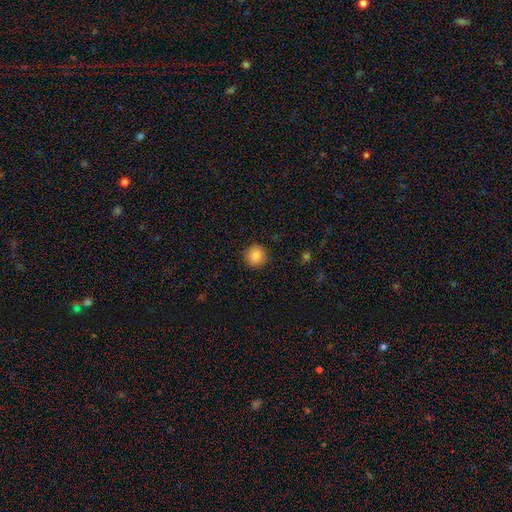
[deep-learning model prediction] A smooth galaxy with no disk features (87%) that is round (92%).

Vote fractions:
- Smooth or featured? smooth: 87% / star or artifact: 9% / featured or disk: 4%
- How rounded? round: 92% / in between: 7% / cigar-shaped: 1%
- Merging? none: 90% / minor disturbance: 7% / major disturbance: 2% / merger: 1%